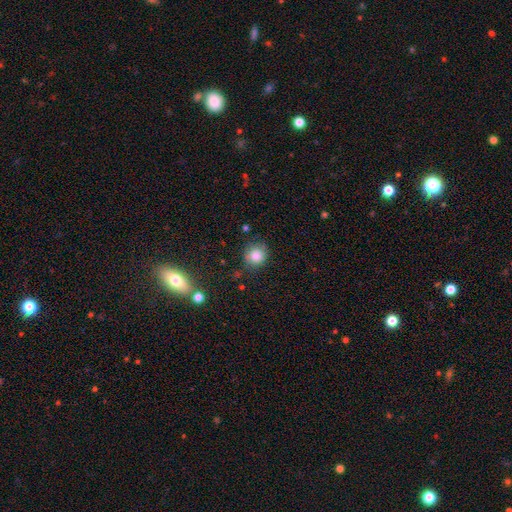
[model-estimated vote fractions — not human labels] This is clearly a smooth galaxy (83%). How rounded: clearly round (86%). Merging: likely none (74%).